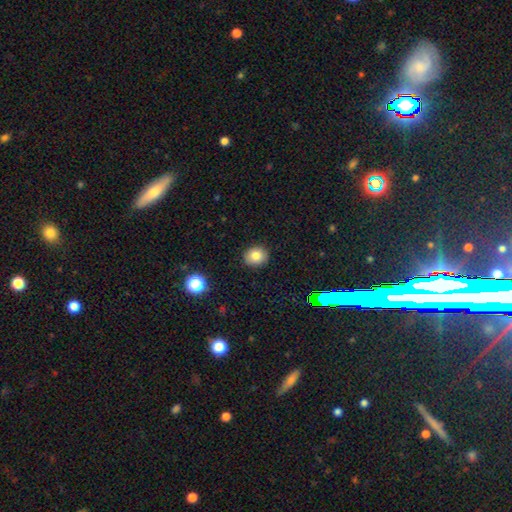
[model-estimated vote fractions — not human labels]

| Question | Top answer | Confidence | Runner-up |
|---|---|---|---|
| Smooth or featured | smooth | 81% | star or artifact (11%) |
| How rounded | round | 71% | in between (28%) |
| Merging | none | 90% | minor disturbance (7%) |